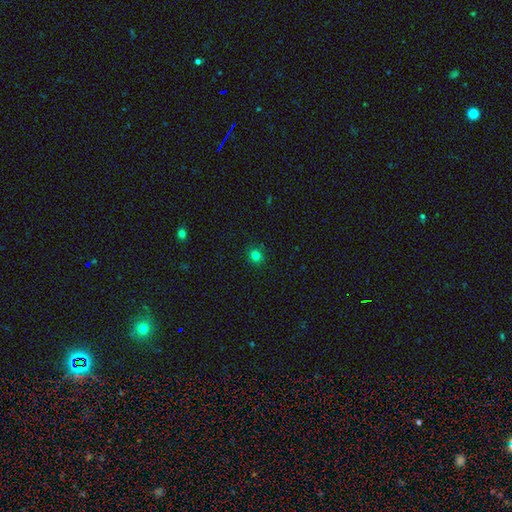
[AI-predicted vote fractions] This appears to be a smooth galaxy with no disk features (79%) that is round (90%). Merging: none (91%).